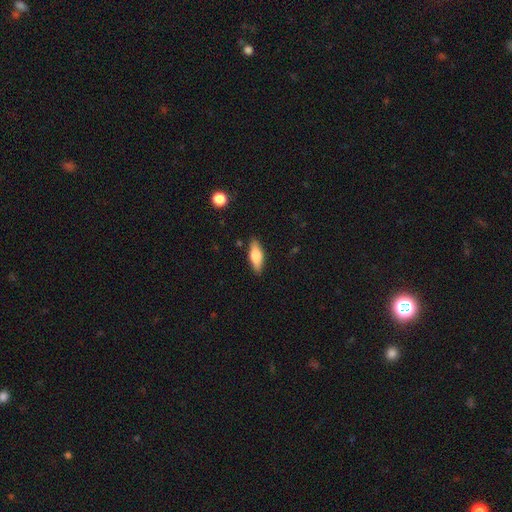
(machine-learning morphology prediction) smooth-or-featured: smooth: 71% | featured or disk: 22% | star or artifact: 6%
  how-rounded: in between: 68% | cigar-shaped: 29% | round: 3%
  merging: none: 86% | minor disturbance: 11% | major disturbance: 2% | merger: 1%